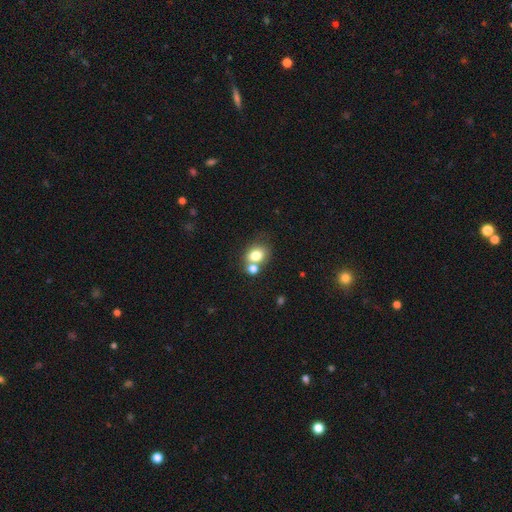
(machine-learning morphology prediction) Smooth or featured? Predicted: smooth (p=0.77). How rounded? Predicted: round (p=0.53). Merging? Predicted: none (p=0.46).